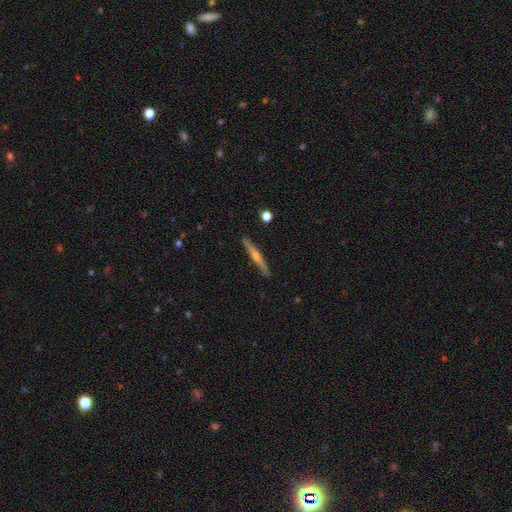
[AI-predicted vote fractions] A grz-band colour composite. It shows a featured or disk galaxy (68%) viewed edge-on (97%) with a rounded central bulge (77%). Merging: none (90%).